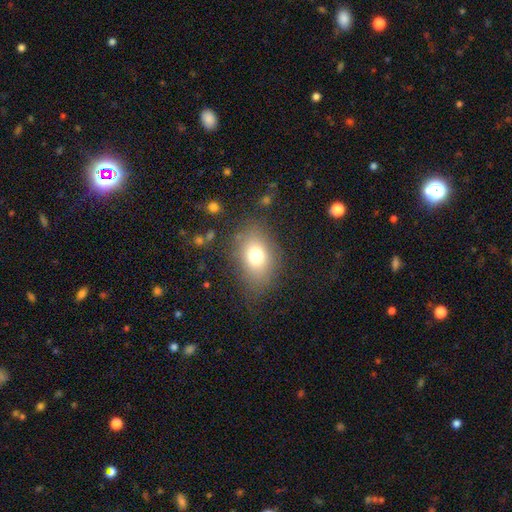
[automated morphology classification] The model was most divided on "how rounded": in between: 72%, round: 26%, cigar-shaped: 1%. More confident: merging — none (77%); smooth or featured — smooth (74%).